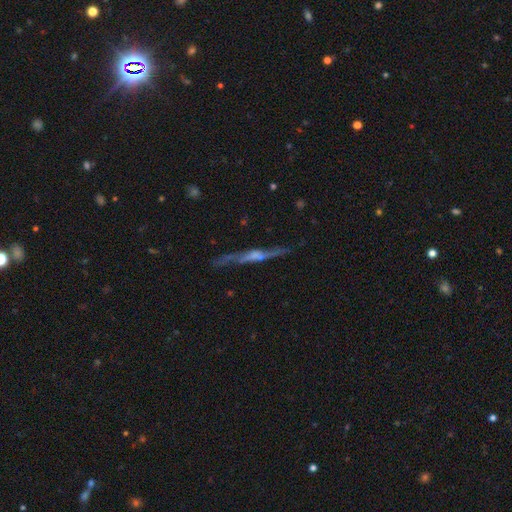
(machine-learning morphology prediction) type=featured or disk (71%); edge-on=yes (89%); edge-on bulge=rounded (46%); merging=none (71%).